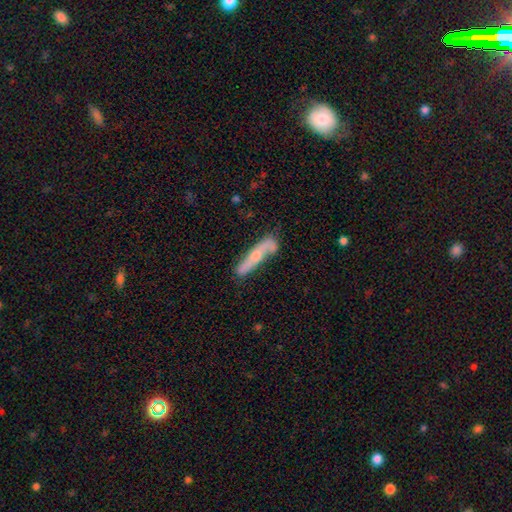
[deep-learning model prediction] This appears to be a featured or disk galaxy (56%) viewed edge-on (56%). Merging: none (65%).